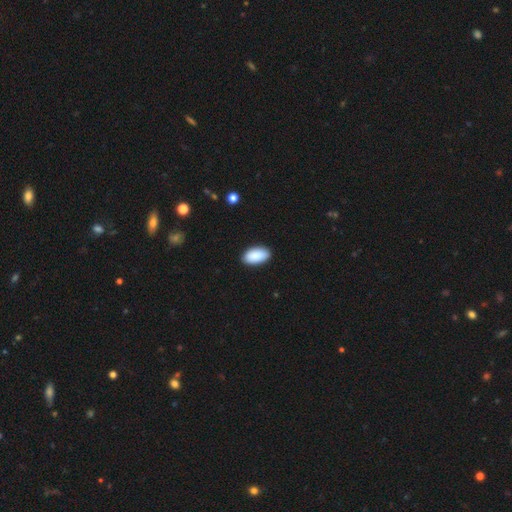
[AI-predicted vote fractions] A smooth galaxy with no disk features (91%) that is in between round and cigar-shaped (96%). Merging: none (89%).